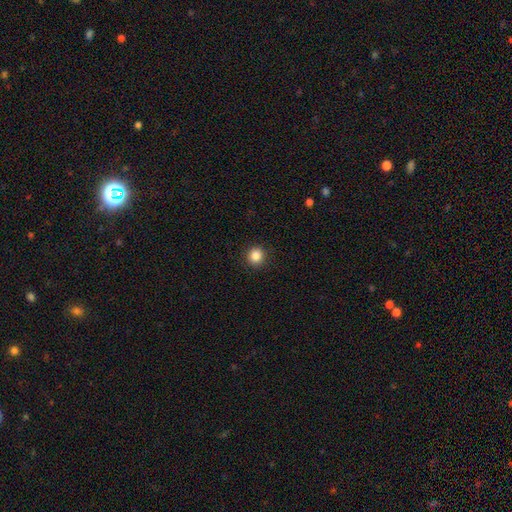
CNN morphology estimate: The model was most divided on "smooth or featured": smooth: 86%, star or artifact: 11%, featured or disk: 4%. More confident: how rounded — round (92%); merging — none (92%).